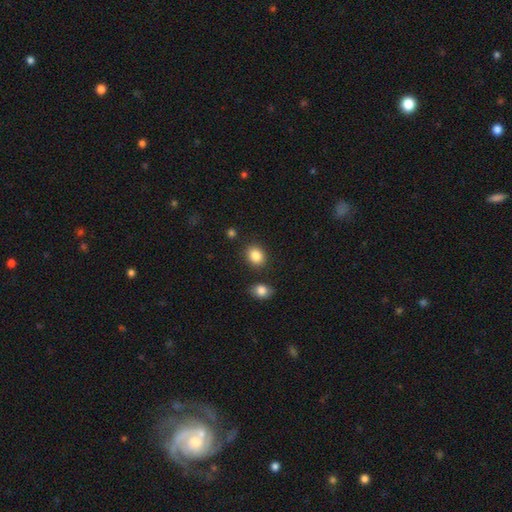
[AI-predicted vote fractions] This is clearly a smooth galaxy (86%). How rounded: possibly round (60%). Merging: clearly none (83%).